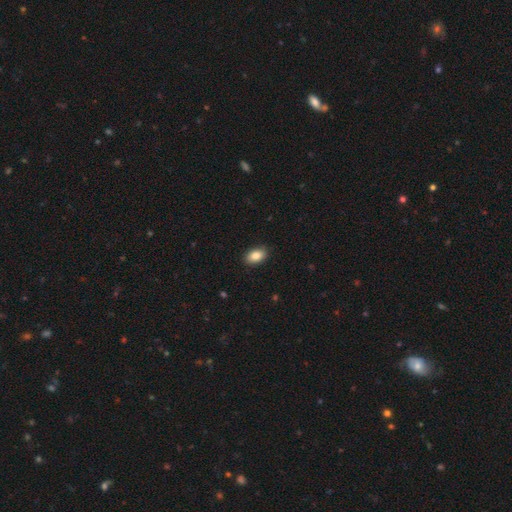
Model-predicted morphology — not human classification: smooth_or_featured: smooth (p=0.86) [alt: star or artifact p=0.08]
how_rounded: in between (p=0.90) [alt: round p=0.08]
merging: none (p=0.89) [alt: minor disturbance p=0.08]